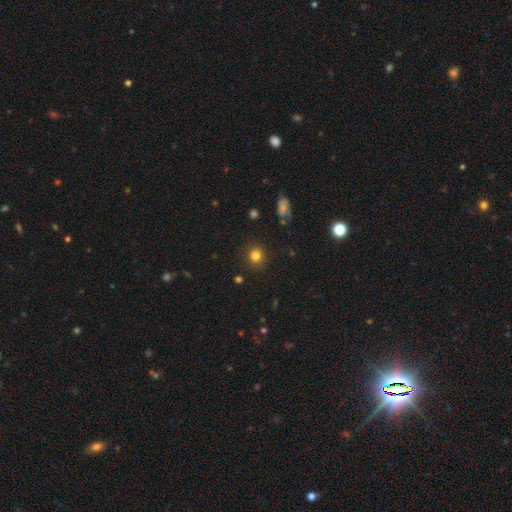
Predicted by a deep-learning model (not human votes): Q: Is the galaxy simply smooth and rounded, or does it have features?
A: smooth — 81%.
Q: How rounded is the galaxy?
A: round — 84%.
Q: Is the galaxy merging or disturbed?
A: none — 88%.